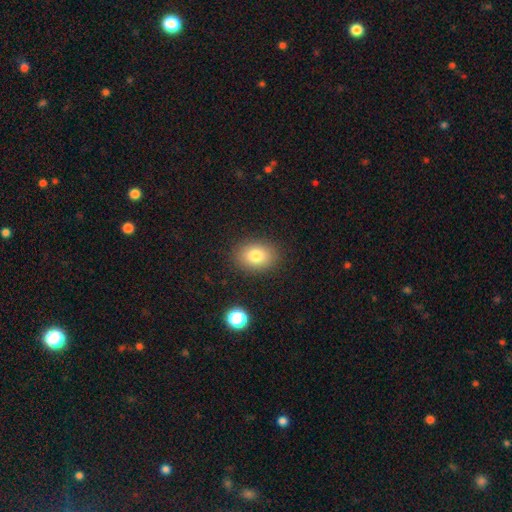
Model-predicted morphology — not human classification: smooth 81%, star or artifact 10%, featured or disk 9%. Down the decision tree: how rounded — in between (66%); merging — none (87%).